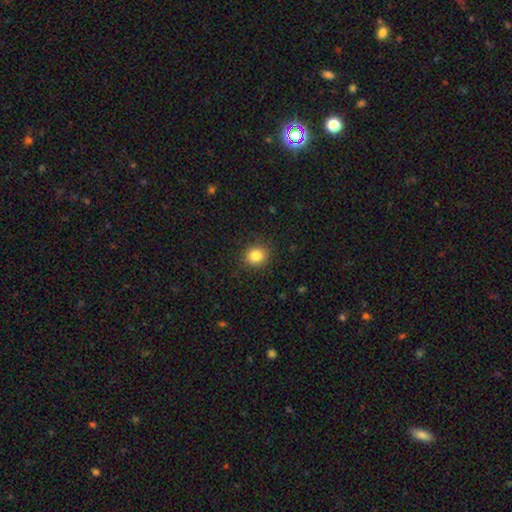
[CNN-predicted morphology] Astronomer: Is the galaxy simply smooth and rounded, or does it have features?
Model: smooth — 84%.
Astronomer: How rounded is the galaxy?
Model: round — 83%.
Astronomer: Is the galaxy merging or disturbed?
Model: none — 89%.